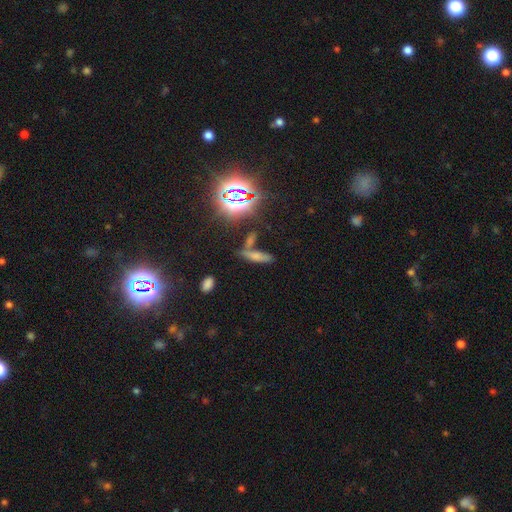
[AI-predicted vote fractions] Overall: smooth (56%; star or artifact 26%). How rounded: cigar-shaped (61%; in between 33%). Merging: none (50%; merger 30%).